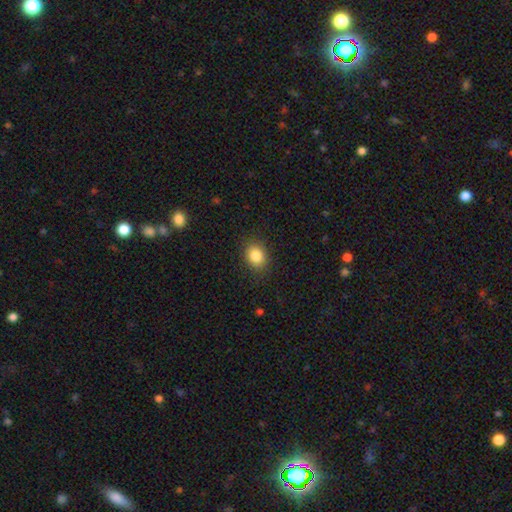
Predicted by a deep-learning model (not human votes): This is clearly a smooth galaxy (85%). How rounded: possibly in between (51%). Merging: clearly none (86%).